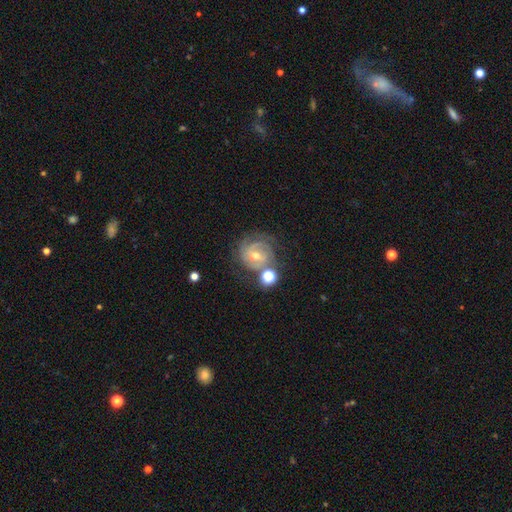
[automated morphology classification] Overall: featured or disk (78%). Edge-on disk: no (97%). Bar: weak (46%; no 41%). Spiral arms: yes (93%). Spiral arm count: 2 (36%; can't tell 29%). Spiral winding: tight (65%; medium 28%). Bulge size: moderate (49%; small 47%). Merging: none (56%; minor disturbance 18%).